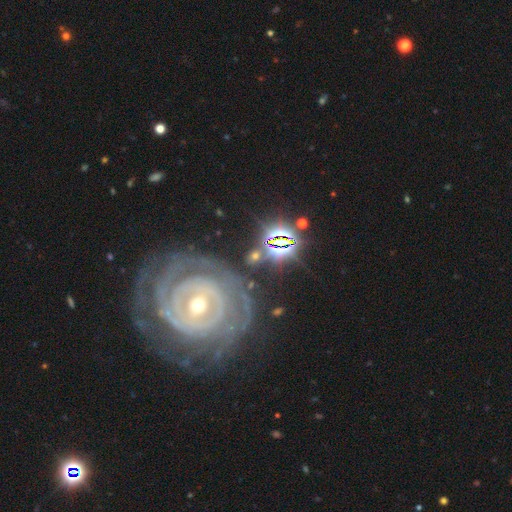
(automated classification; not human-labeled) featured or disk 54%, star or artifact 28%, smooth 18%. Down the decision tree: edge-on disk — no (91%); merging — none (69%).